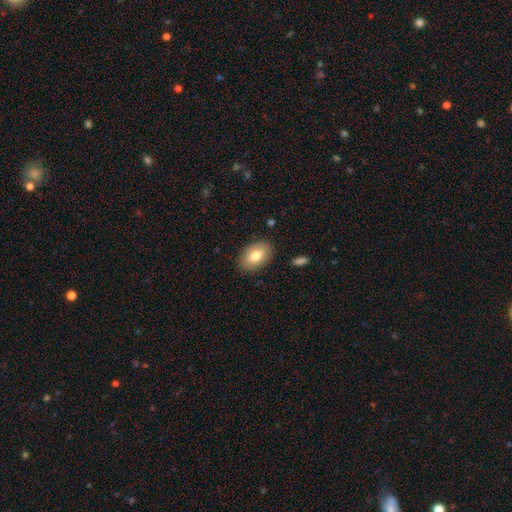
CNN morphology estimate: type=smooth (79%); roundness=in between (91%); merging=none (86%).